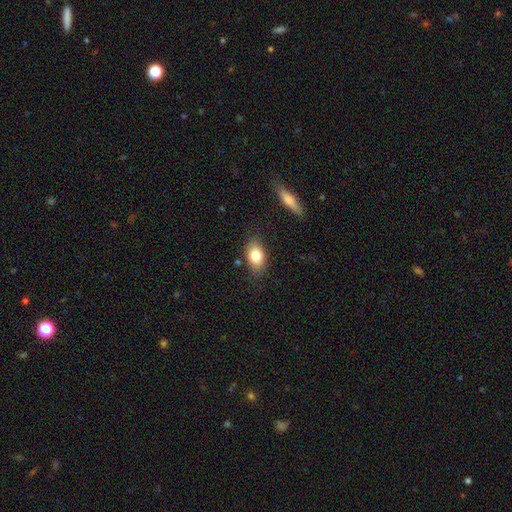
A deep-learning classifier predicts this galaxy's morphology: smooth 82%, featured or disk 11%, star or artifact 7%. Down the decision tree: how rounded — in between (85%); merging — none (79%).